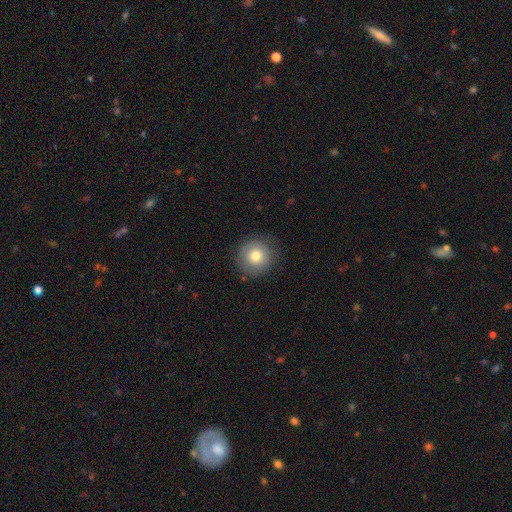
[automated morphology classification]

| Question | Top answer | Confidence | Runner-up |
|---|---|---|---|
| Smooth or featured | smooth | 75% | featured or disk (16%) |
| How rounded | round | 92% | in between (7%) |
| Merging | none | 82% | minor disturbance (13%) |